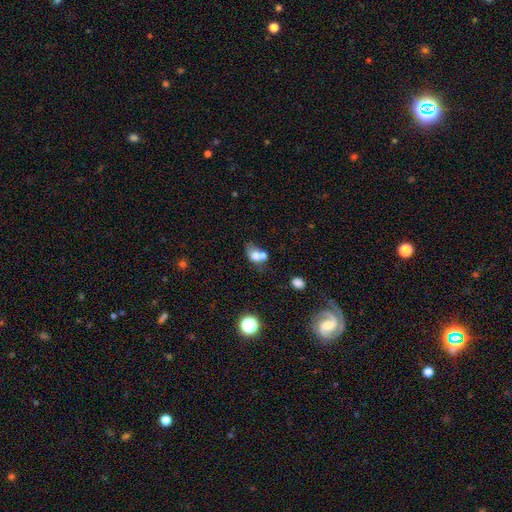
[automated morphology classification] smooth-or-featured: smooth: 69% | featured or disk: 20% | star or artifact: 12%
  how-rounded: in between: 61% | round: 37% | cigar-shaped: 2%
  merging: merger: 54% | none: 27% | minor disturbance: 12% | major disturbance: 7%